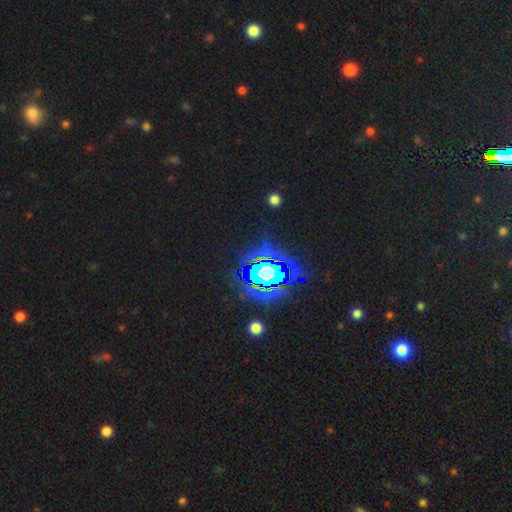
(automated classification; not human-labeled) A star or artifact, not a galaxy (67%).